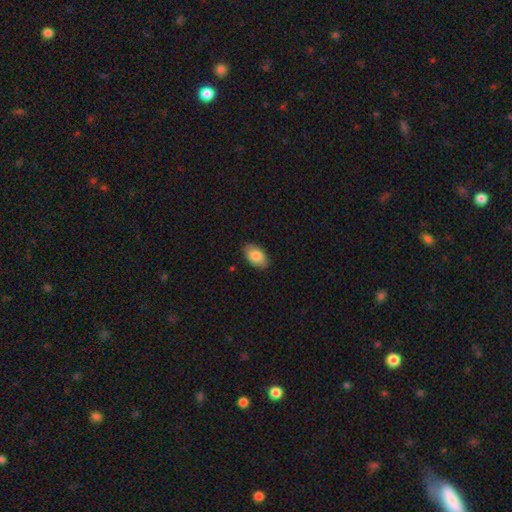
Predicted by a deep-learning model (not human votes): Smooth or featured: smooth — 84% (featured or disk — 10%)
How rounded: in between — 93% (round — 5%)
Merging: none — 87% (minor disturbance — 10%)